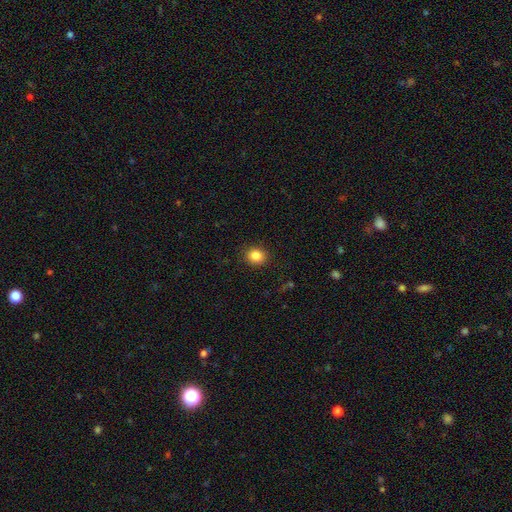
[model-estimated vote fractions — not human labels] Smooth or featured: smooth — 85% (star or artifact — 10%)
How rounded: round — 75% (in between — 24%)
Merging: none — 89% (minor disturbance — 7%)